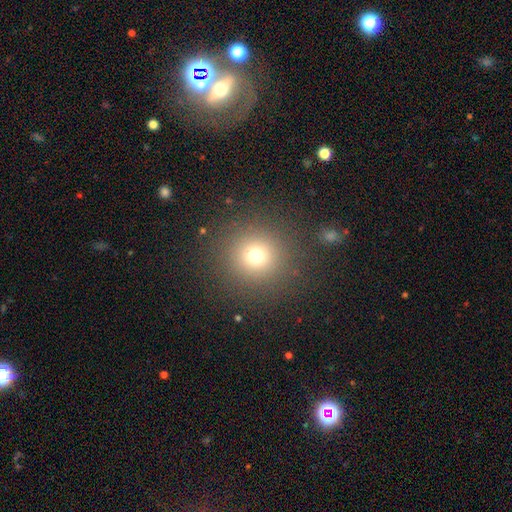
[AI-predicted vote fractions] Q: Smooth or featured?
A: smooth (71%); runner-up: star or artifact (20%)
Q: How rounded?
A: round (95%); runner-up: in between (4%)
Q: Merging?
A: none (88%); runner-up: minor disturbance (6%)